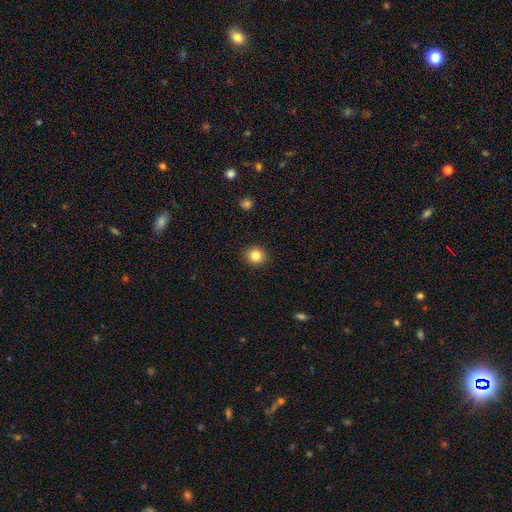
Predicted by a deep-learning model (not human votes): Smooth or featured? smooth (84%)
How rounded? round (88%)
Merging? none (92%)